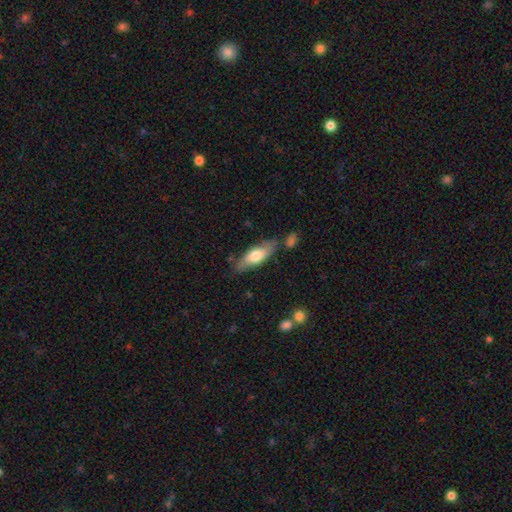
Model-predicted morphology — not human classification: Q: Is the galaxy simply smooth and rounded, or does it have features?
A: smooth — 63%.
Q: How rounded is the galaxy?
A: in between — 61%.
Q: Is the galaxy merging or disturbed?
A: none — 73%.